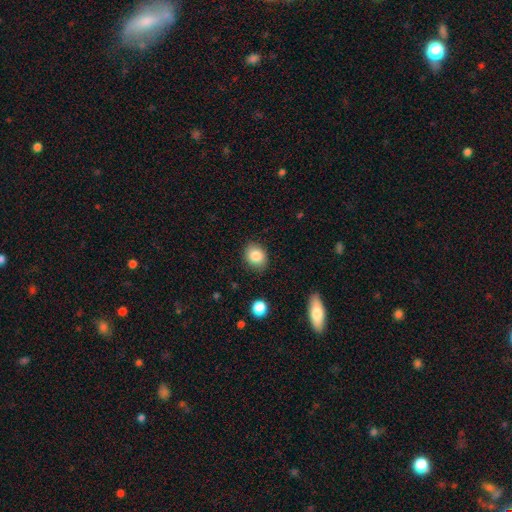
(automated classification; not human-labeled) smooth-or-featured: smooth: 85% | star or artifact: 9% | featured or disk: 6%
  how-rounded: in between: 50% | round: 49% | cigar-shaped: 1%
  merging: none: 85% | minor disturbance: 11% | major disturbance: 3% | merger: 2%